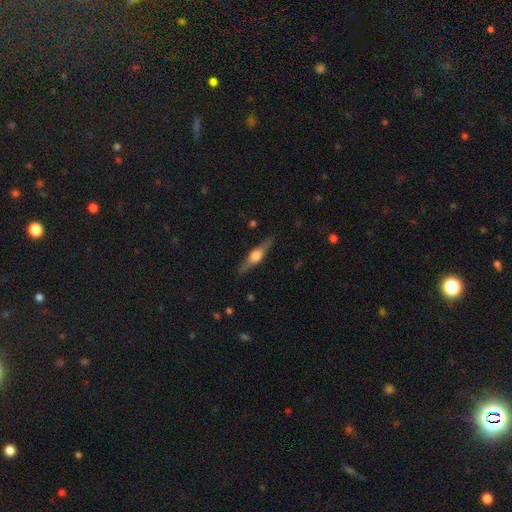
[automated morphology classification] Smooth or featured? Predicted: featured or disk (p=0.68). Edge-on disk? Predicted: yes (p=0.96). Edge-on bulge? Predicted: rounded (p=0.93). Merging? Predicted: none (p=0.88).